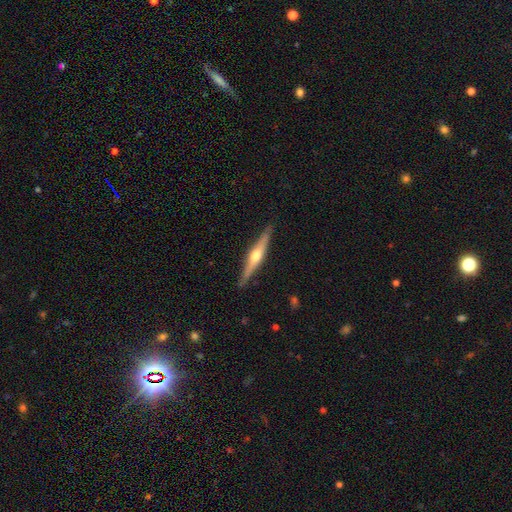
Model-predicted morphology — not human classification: The model was most divided on "smooth or featured": featured or disk: 70%, smooth: 24%, star or artifact: 5%. More confident: edge-on disk — yes (97%); edge-on bulge — rounded (92%); merging — none (88%).